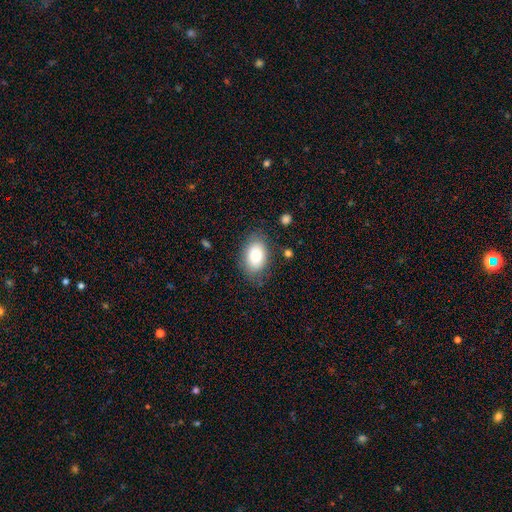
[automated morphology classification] This appears to be a smooth galaxy with no disk features (83%) that is in between round and cigar-shaped (89%). Merging: none (78%).